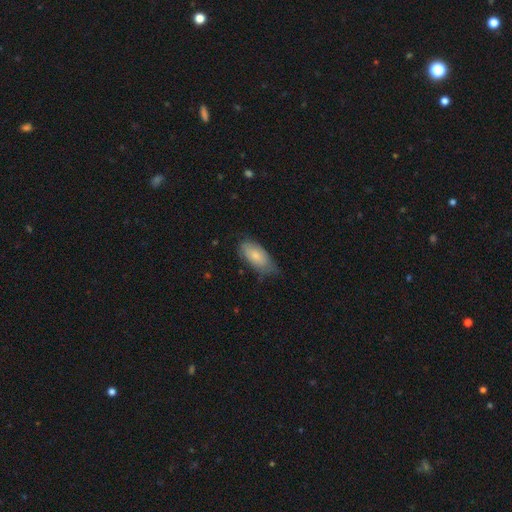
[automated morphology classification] The model was most divided on "merging": none: 58%, minor disturbance: 34%, major disturbance: 7%, merger: 1%. More confident: how rounded — in between (90%); smooth or featured — smooth (76%).